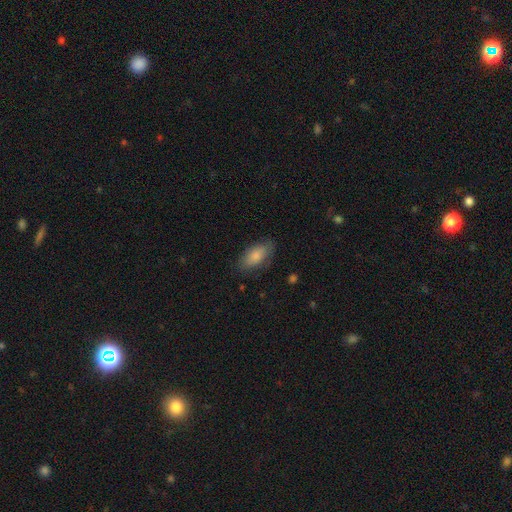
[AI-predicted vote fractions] This appears to be a smooth galaxy with no disk features (82%) that is in between round and cigar-shaped (89%). Merging: none (76%).